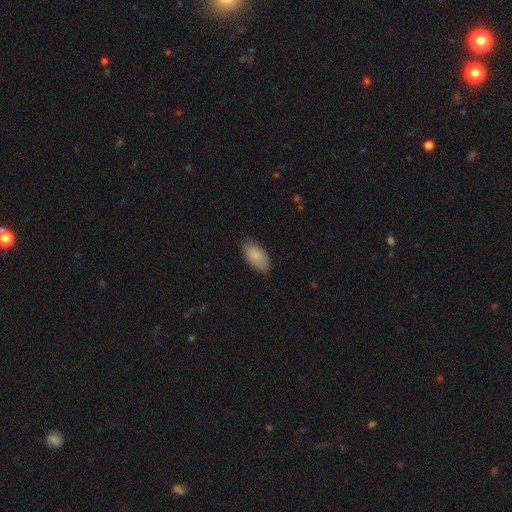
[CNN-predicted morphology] type=smooth (87%); roundness=in between (94%); merging=none (79%).